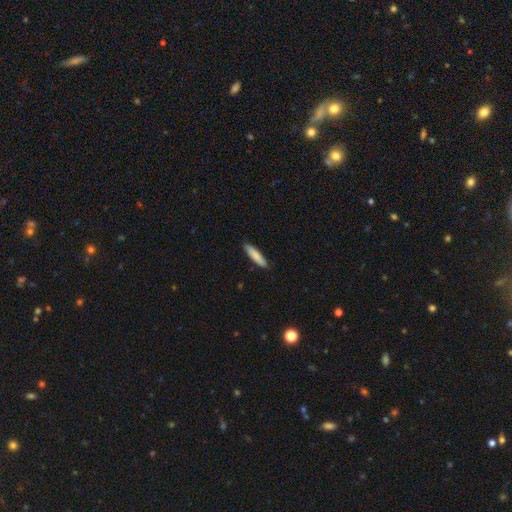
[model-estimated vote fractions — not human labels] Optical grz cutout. It shows a smooth galaxy with no disk features (85%) that is cigar-shaped (80%). Merging: none (88%).